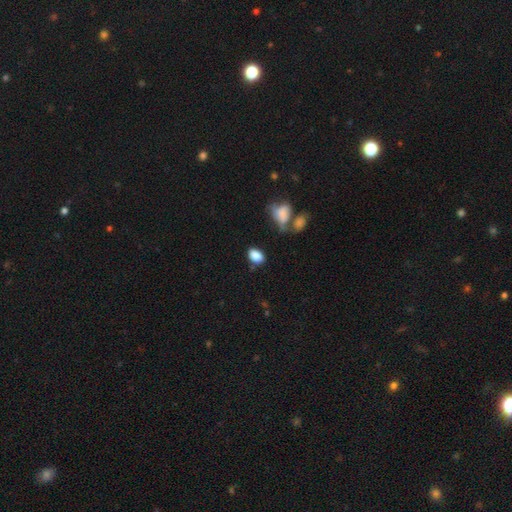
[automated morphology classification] Smooth or featured? smooth (87%)
How rounded? in between (86%)
Merging? none (70%)